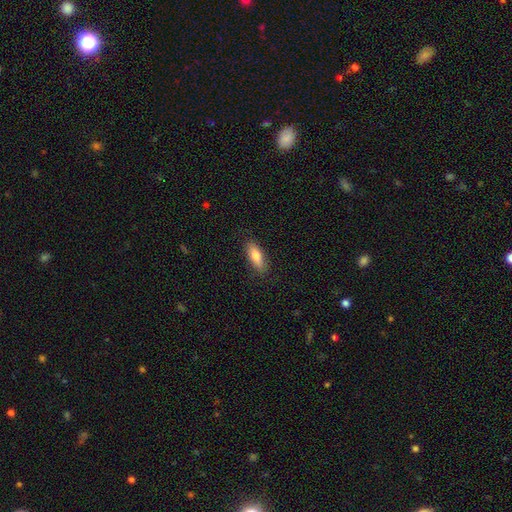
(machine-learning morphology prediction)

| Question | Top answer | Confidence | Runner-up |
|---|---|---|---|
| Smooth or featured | smooth | 77% | featured or disk (17%) |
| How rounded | in between | 67% | cigar-shaped (30%) |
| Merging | none | 85% | minor disturbance (12%) |